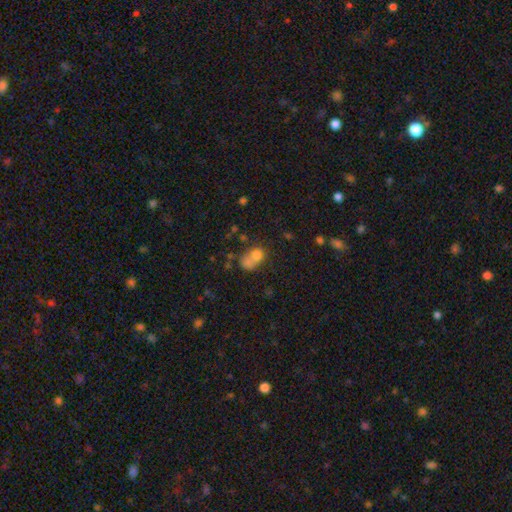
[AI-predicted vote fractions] Q: Smooth or featured?
A: smooth (68%); runner-up: featured or disk (18%)
Q: How rounded?
A: round (54%); runner-up: in between (44%)
Q: Merging?
A: merger (51%); runner-up: none (27%)